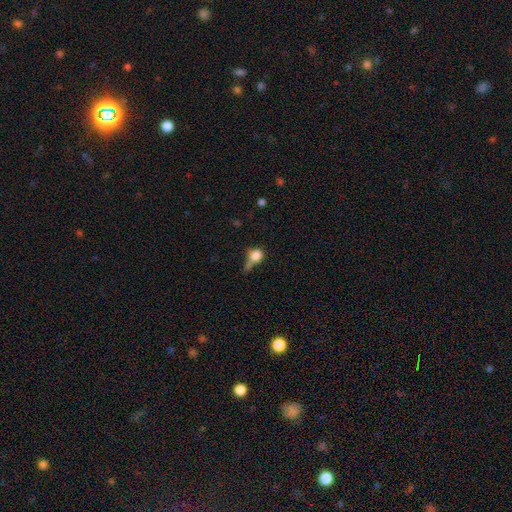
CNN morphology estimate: smooth-or-featured: smooth: 77% | featured or disk: 12% | star or artifact: 11%
  how-rounded: round: 67% | in between: 29% | cigar-shaped: 3%
  merging: none: 33% | minor disturbance: 27% | major disturbance: 22% | merger: 17%